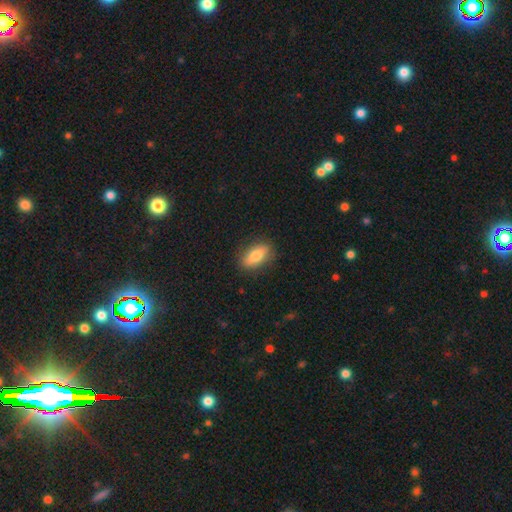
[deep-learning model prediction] Smooth or featured?
  - smooth: 70% *
  - featured or disk: 23%
  - star or artifact: 7%
How rounded?
  - in between: 78% *
  - cigar-shaped: 16%
  - round: 6%
Merging?
  - none: 85% *
  - minor disturbance: 11%
  - major disturbance: 3%
  - merger: 1%